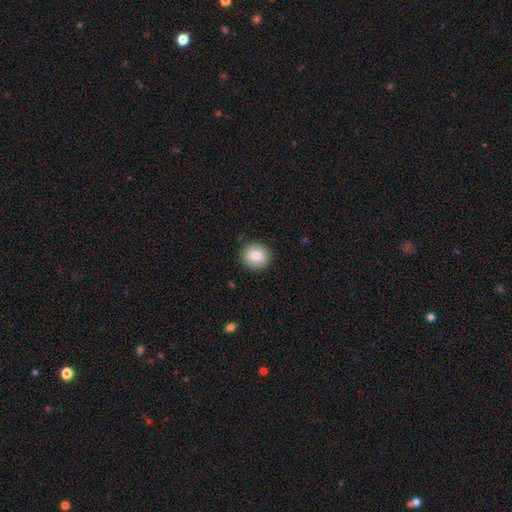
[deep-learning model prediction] Smooth or featured? Predicted: smooth (p=0.83). How rounded? Predicted: round (p=0.81). Merging? Predicted: none (p=0.89).